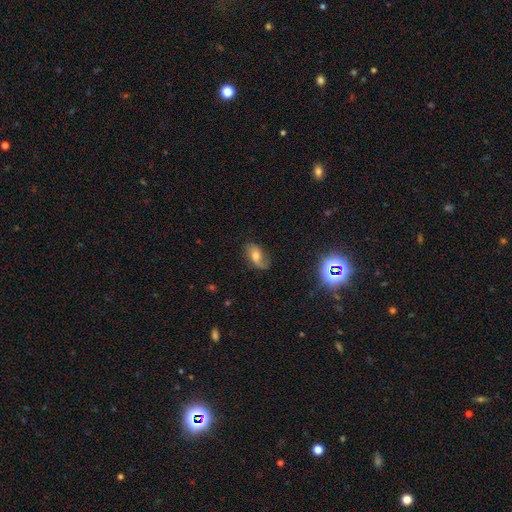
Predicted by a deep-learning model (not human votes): Morphology: type=featured or disk (50%); merging=none (58%).